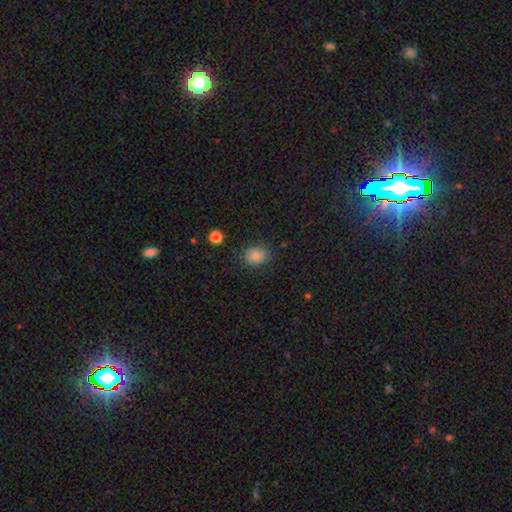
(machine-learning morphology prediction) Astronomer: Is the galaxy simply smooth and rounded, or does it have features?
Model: smooth — 83%.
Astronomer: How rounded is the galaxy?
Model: in between — 50% (runner-up: round, 49%).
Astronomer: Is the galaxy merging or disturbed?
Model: none — 83%.